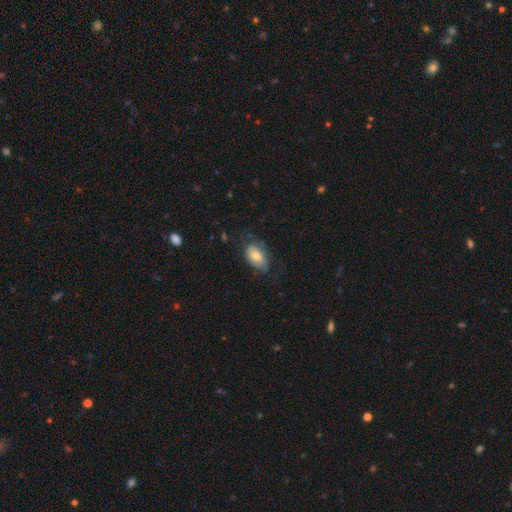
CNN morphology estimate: smooth_or_featured: smooth (p=0.67) [alt: featured or disk p=0.26]
how_rounded: in between (p=0.89) [alt: round p=0.09]
merging: none (p=0.57) [alt: minor disturbance p=0.29]